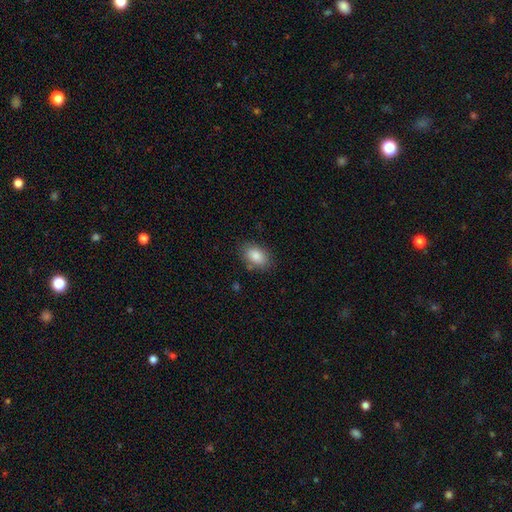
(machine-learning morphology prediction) Smooth or featured? Predicted: smooth (p=0.86). How rounded? Predicted: in between (p=0.88). Merging? Predicted: none (p=0.82).